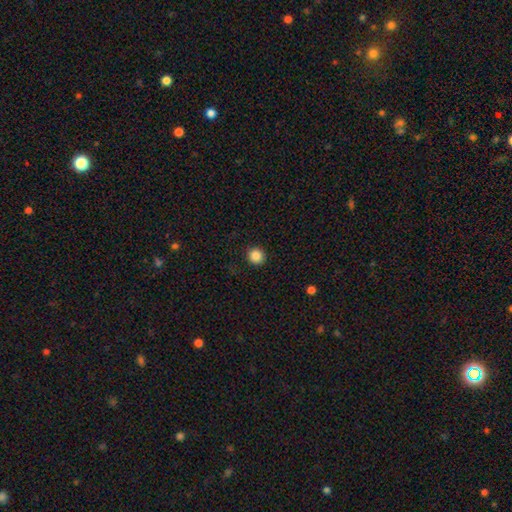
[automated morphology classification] The model was most divided on "smooth or featured": smooth: 87%, star or artifact: 10%, featured or disk: 3%. More confident: merging — none (93%); how rounded — round (92%).